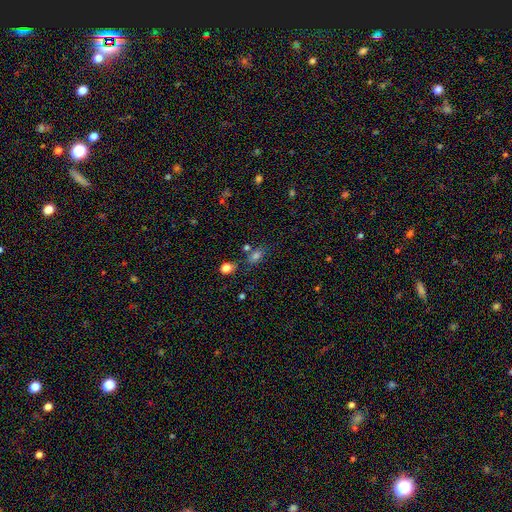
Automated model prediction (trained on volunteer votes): Smooth or featured?
  - smooth: 64% *
  - star or artifact: 25%
  - featured or disk: 11%
How rounded?
  - in between: 74% *
  - round: 18%
  - cigar-shaped: 7%
Merging?
  - none: 65% *
  - minor disturbance: 15%
  - merger: 14%
  - major disturbance: 7%